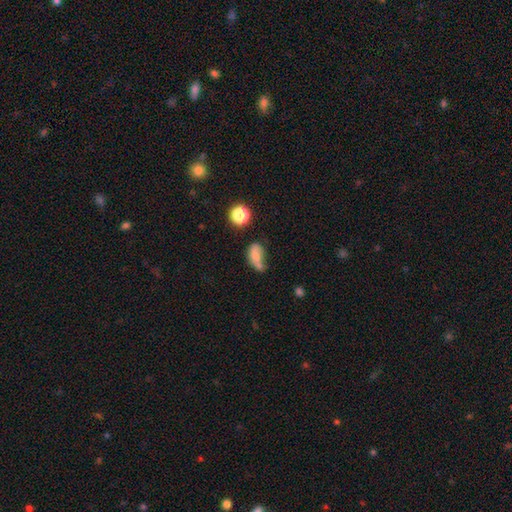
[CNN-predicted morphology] Smooth or featured?
  - smooth: 69% *
  - featured or disk: 17%
  - star or artifact: 14%
How rounded?
  - in between: 80% *
  - round: 14%
  - cigar-shaped: 6%
Merging?
  - none: 29% *
  - minor disturbance: 25%
  - merger: 25%
  - major disturbance: 20%